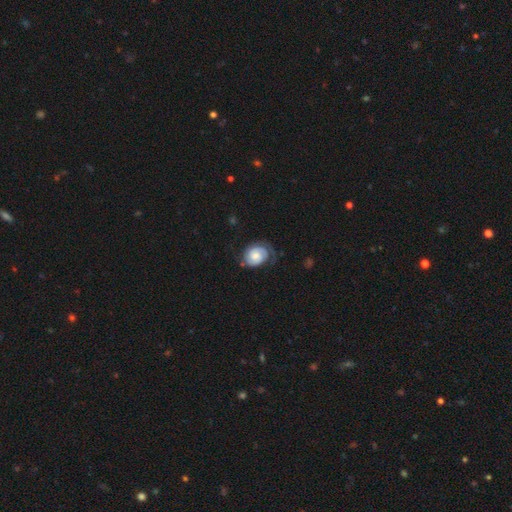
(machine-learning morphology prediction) Smooth or featured? featured or disk (75%)
Edge-on disk? no (98%)
Bar? no (65%)
Spiral arms? yes (94%)
Spiral winding? tight (63%)
Spiral arm count? 2 (60%)
Bulge size? moderate (48%)
Merging? none (59%)